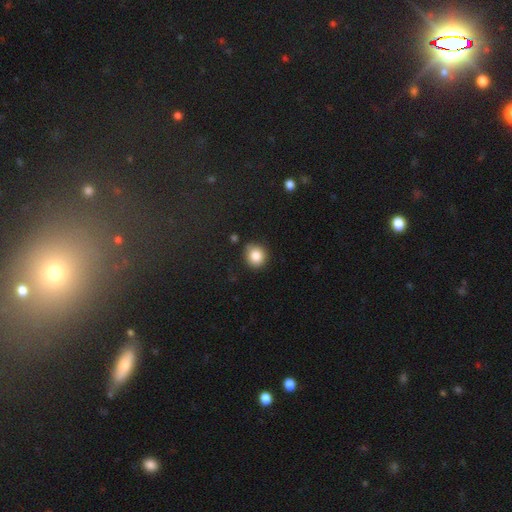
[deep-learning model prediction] smooth-or-featured: smooth: 85% | star or artifact: 10% | featured or disk: 5%
  how-rounded: round: 86% | in between: 13% | cigar-shaped: 1%
  merging: none: 80% | minor disturbance: 14% | merger: 3% | major disturbance: 3%